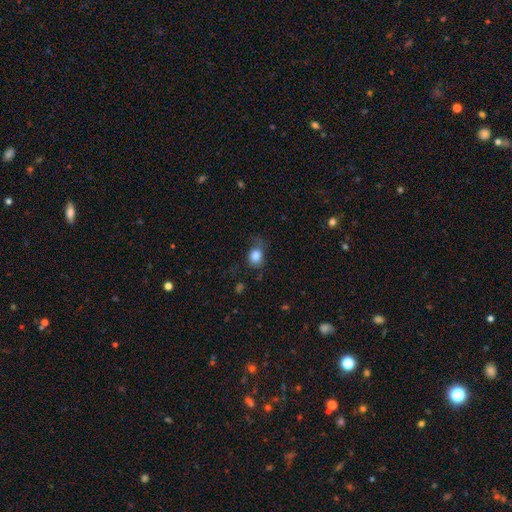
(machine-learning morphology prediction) smooth_or_featured: smooth (p=0.82) [alt: star or artifact p=0.10]
how_rounded: round (p=0.58) [alt: in between p=0.40]
merging: none (p=0.53) [alt: minor disturbance p=0.29]